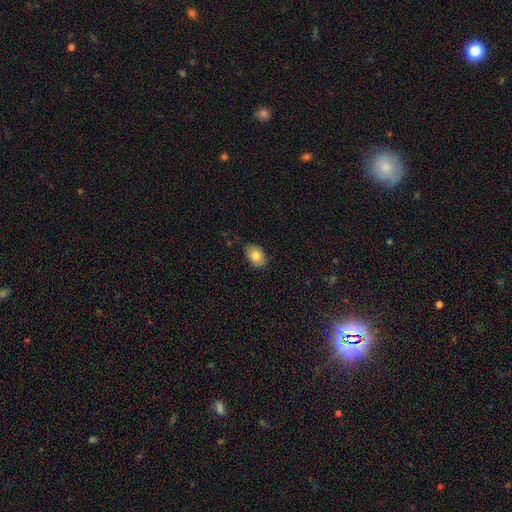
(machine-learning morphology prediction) smooth 80%, featured or disk 12%, star or artifact 8%. Down the decision tree: how rounded — in between (84%); merging — none (82%).